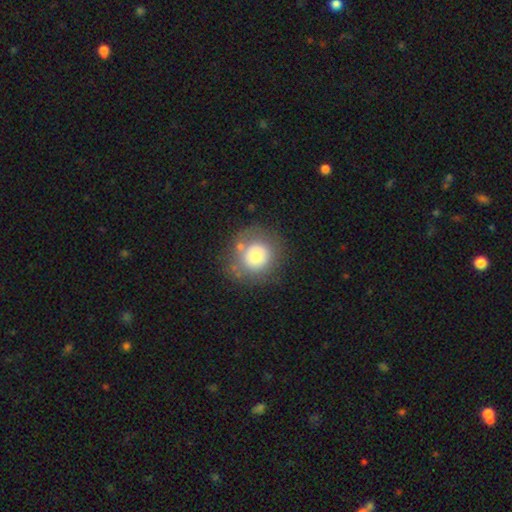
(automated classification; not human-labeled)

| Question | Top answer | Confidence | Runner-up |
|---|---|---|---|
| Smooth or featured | smooth | 69% | featured or disk (21%) |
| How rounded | round | 90% | in between (9%) |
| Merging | none | 72% | minor disturbance (14%) |